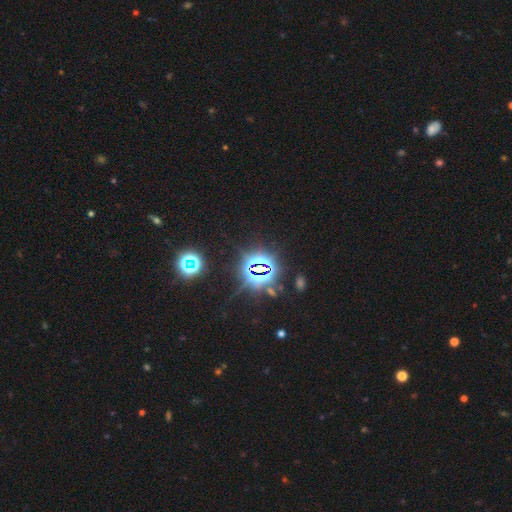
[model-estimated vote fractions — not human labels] A star or artifact, not a galaxy (82%).

Vote fractions:
- Smooth or featured? star or artifact: 82% / smooth: 10% / featured or disk: 8%